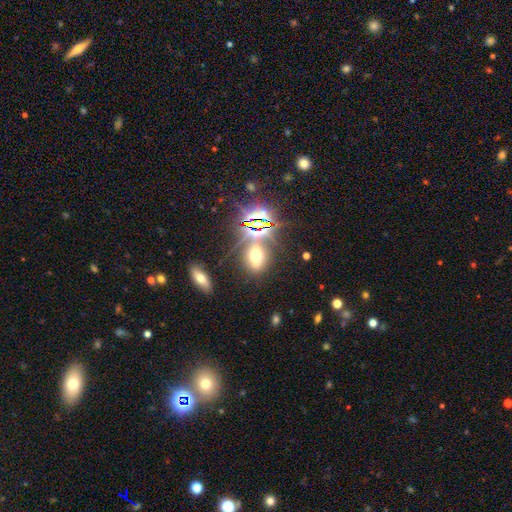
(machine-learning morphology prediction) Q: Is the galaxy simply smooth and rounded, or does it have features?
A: smooth — 44%.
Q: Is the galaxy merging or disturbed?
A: none — 67%.